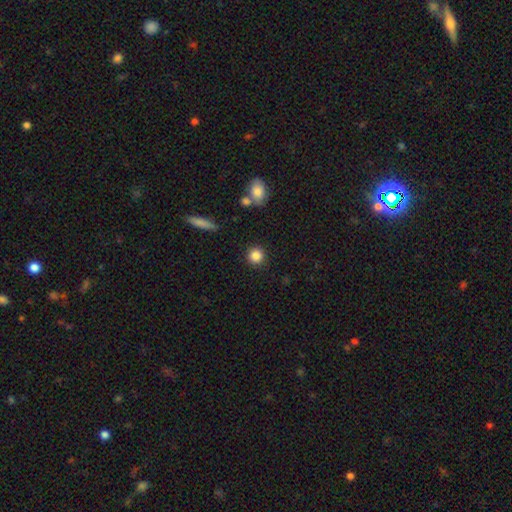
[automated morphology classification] A smooth galaxy with no disk features (85%) that is round (93%).

Vote fractions:
- Smooth or featured? smooth: 85% / star or artifact: 10% / featured or disk: 5%
- How rounded? round: 93% / in between: 6% / cigar-shaped: 1%
- Merging? none: 90% / minor disturbance: 6% / merger: 2% / major disturbance: 2%